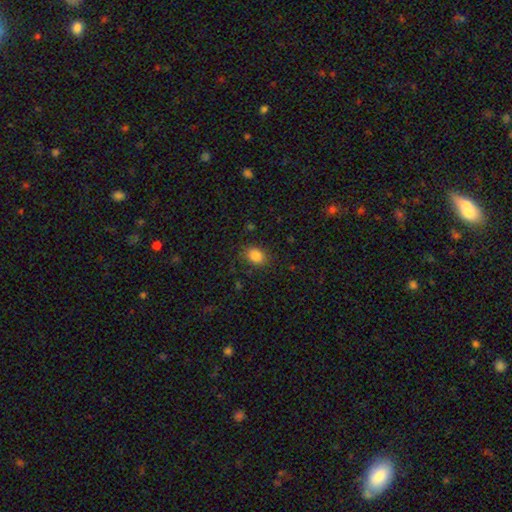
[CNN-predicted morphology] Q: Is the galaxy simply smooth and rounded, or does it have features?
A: smooth — 85%.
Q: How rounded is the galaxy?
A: in between — 56%.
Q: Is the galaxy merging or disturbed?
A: none — 84%.